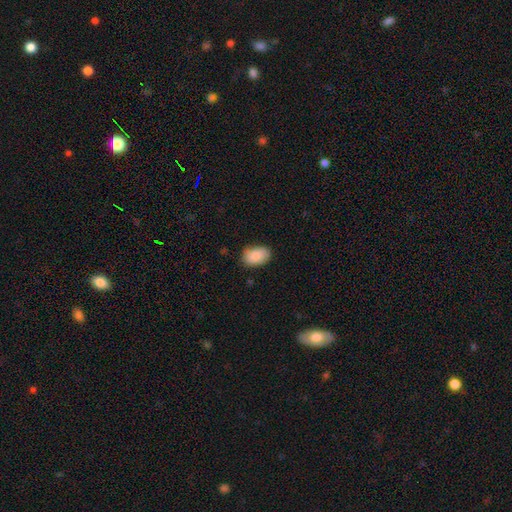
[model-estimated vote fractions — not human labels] This is clearly a smooth galaxy (88%). How rounded: clearly in between (88%). Merging: likely none (77%).